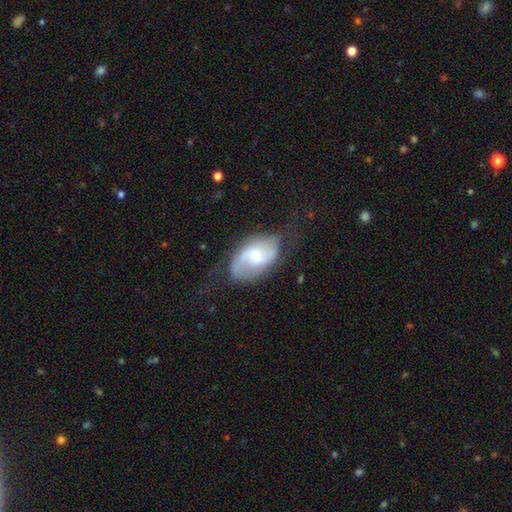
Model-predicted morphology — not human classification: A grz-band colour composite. It shows a featured or disk galaxy (65%) with a weak bar (48%), 2 (81%) loose (48%) spiral arms (86%) and a small central bulge (45%). Merging: none (60%).